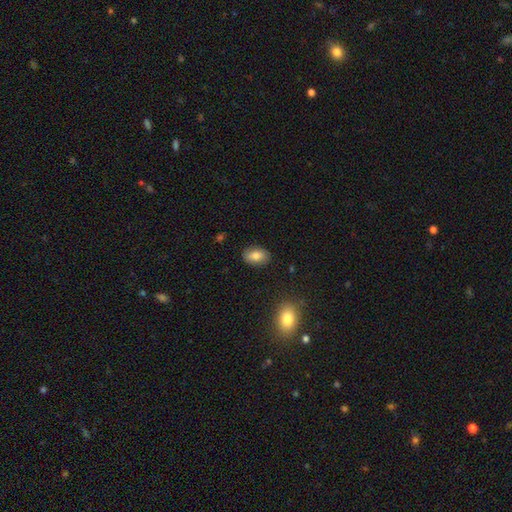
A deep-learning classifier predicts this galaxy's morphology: Smooth or featured?
  - smooth: 79% *
  - featured or disk: 13%
  - star or artifact: 8%
How rounded?
  - in between: 87% *
  - round: 12%
  - cigar-shaped: 2%
Merging?
  - none: 86% *
  - minor disturbance: 10%
  - major disturbance: 2%
  - merger: 1%